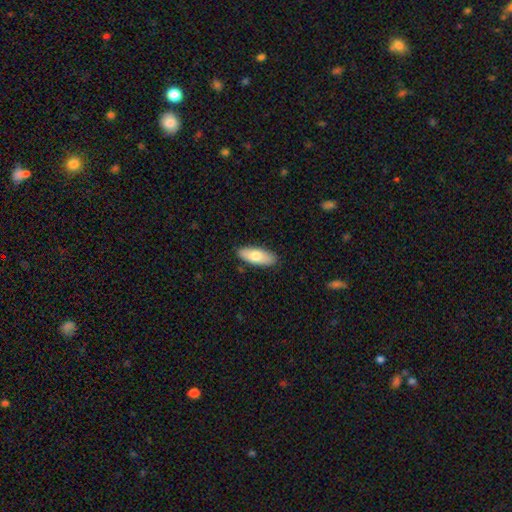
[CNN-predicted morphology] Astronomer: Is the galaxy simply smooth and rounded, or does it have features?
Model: smooth — 74%.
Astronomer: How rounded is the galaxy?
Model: in between — 80%.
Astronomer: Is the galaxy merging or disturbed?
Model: none — 88%.